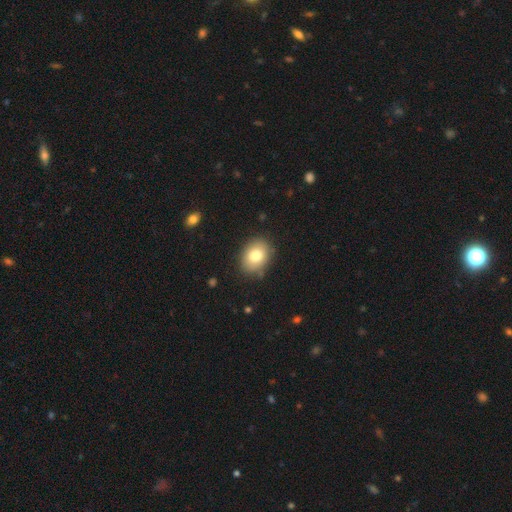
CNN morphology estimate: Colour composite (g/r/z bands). It shows a smooth galaxy with no disk features (80%) that is in between round and cigar-shaped (65%). Merging: none (83%).